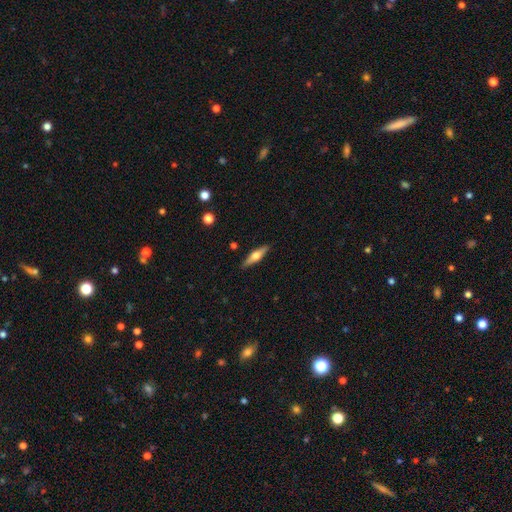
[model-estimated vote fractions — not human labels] Morphology: type=featured or disk (49%); merging=none (89%).